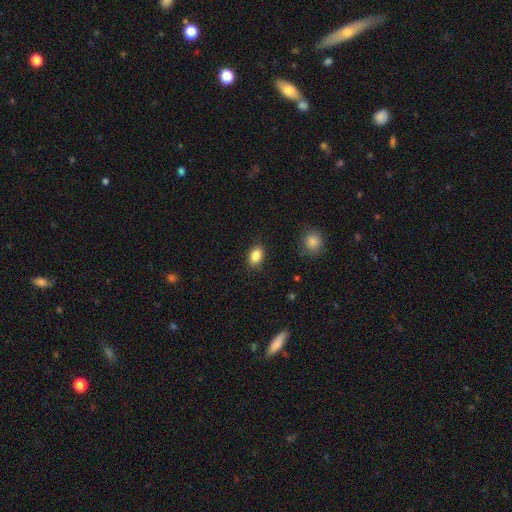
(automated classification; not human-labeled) Q: Smooth or featured?
A: smooth (86%); runner-up: star or artifact (9%)
Q: How rounded?
A: in between (79%); runner-up: round (20%)
Q: Merging?
A: none (86%); runner-up: minor disturbance (10%)